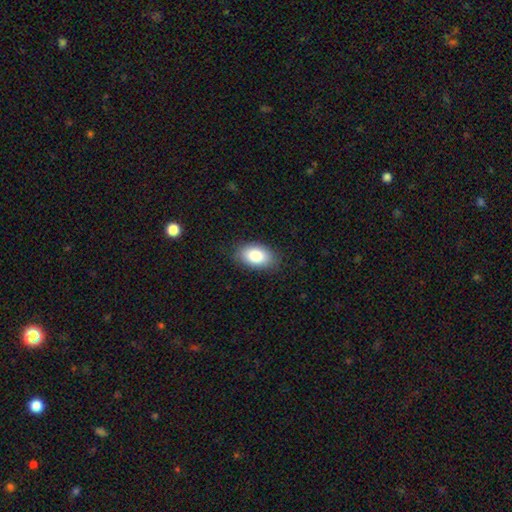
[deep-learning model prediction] The model was most divided on "merging": none: 83%, minor disturbance: 13%, major disturbance: 3%, merger: 1%. More confident: how rounded — in between (92%); smooth or featured — smooth (84%).